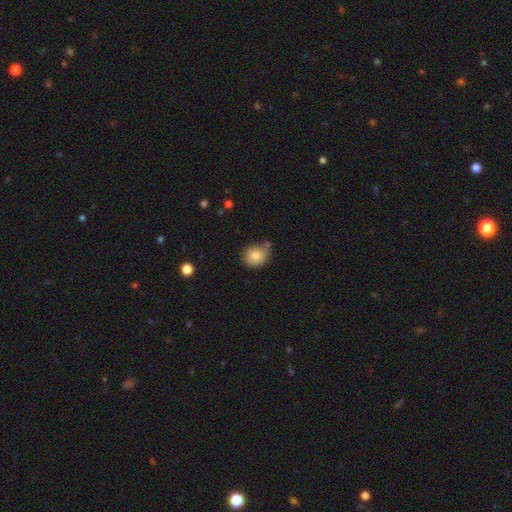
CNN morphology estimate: Smooth or featured? Predicted: smooth (p=0.85). How rounded? Predicted: round (p=0.66). Merging? Predicted: none (p=0.71).